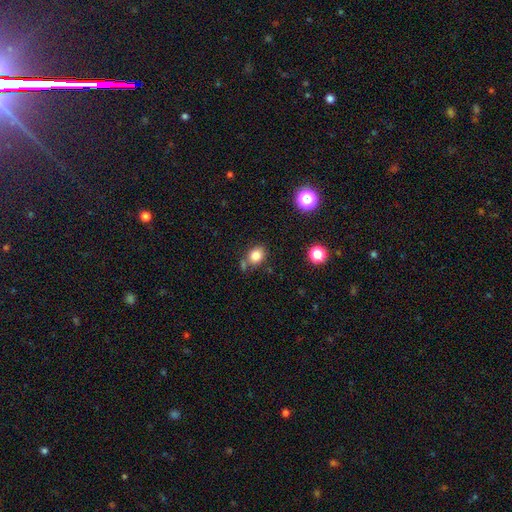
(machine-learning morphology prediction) type=smooth (82%); roundness=in between (52%); merging=none (66%).